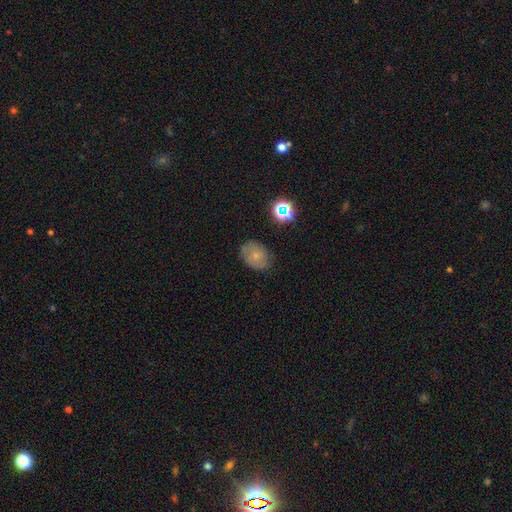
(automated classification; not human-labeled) Morphology: type=smooth (47%); merging=none (69%).